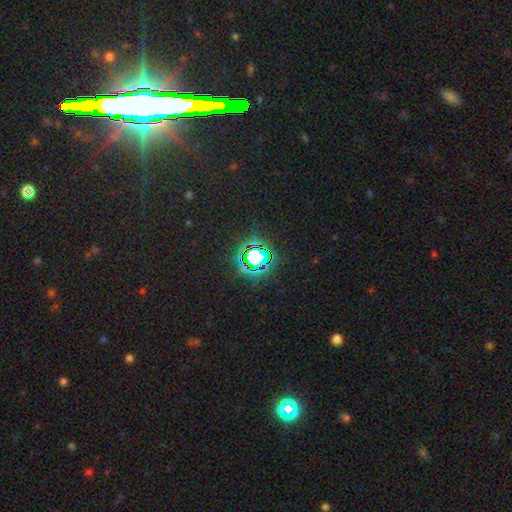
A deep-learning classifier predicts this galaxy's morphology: smooth_or_featured: star or artifact (p=0.73) [alt: smooth p=0.17]